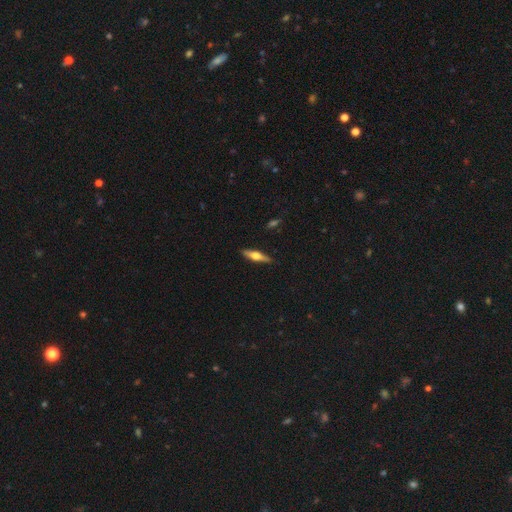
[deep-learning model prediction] Morphology: type=featured or disk (58%); edge-on=yes (95%); edge-on bulge=rounded (92%); merging=none (88%).